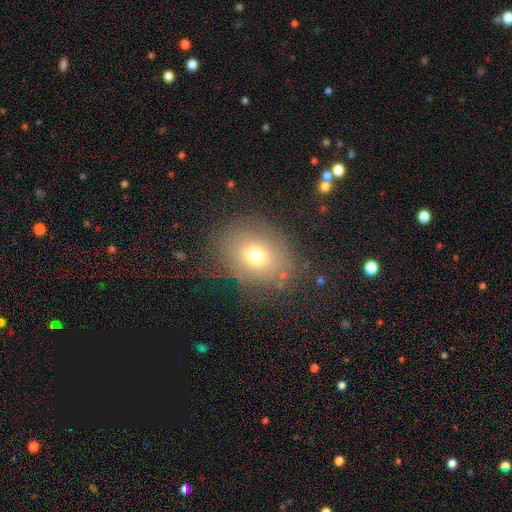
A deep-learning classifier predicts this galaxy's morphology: smooth_or_featured: smooth (p=0.69) [alt: featured or disk p=0.16]
how_rounded: in between (p=0.55) [alt: round p=0.44]
merging: none (p=0.77) [alt: minor disturbance p=0.14]